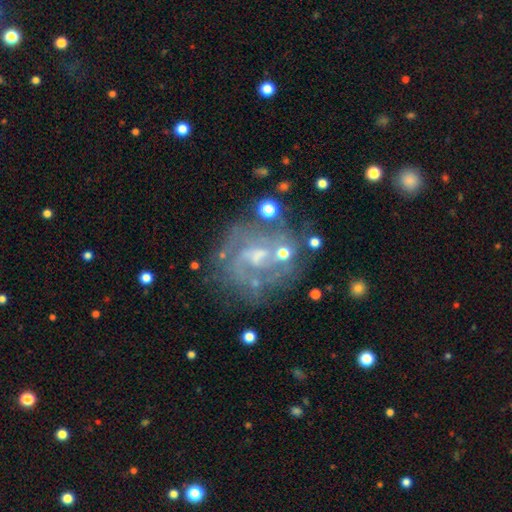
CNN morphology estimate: A featured or disk galaxy (77%) with a weak bar (45%), tight (41%) spiral arms (78%) and a small central bulge (42%). Merging: none (58%).